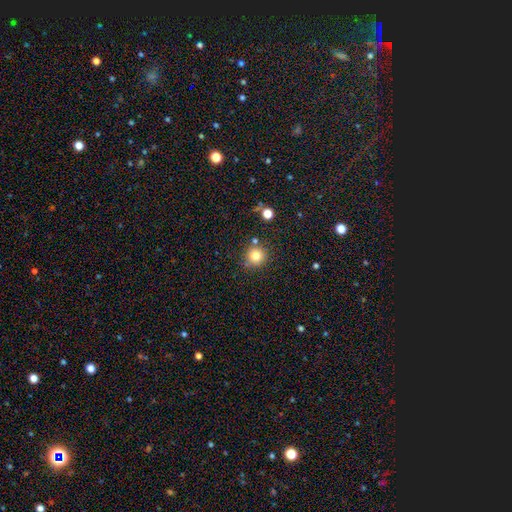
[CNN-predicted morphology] Smooth or featured: smooth — 80% (star or artifact — 12%)
How rounded: round — 93% (in between — 6%)
Merging: none — 79% (minor disturbance — 10%)